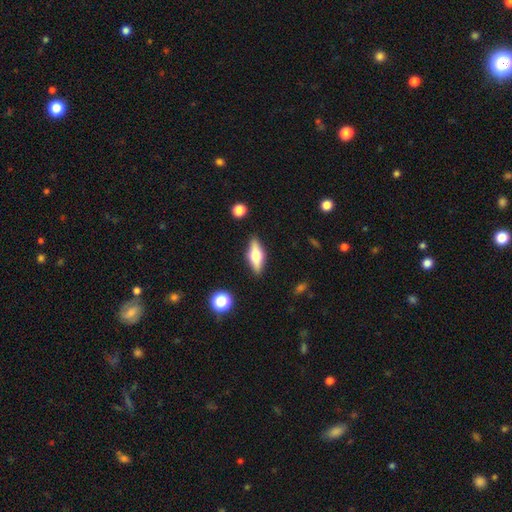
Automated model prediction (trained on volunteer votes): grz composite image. It shows a featured or disk galaxy (52%) viewed edge-on (91%). Merging: none (86%).